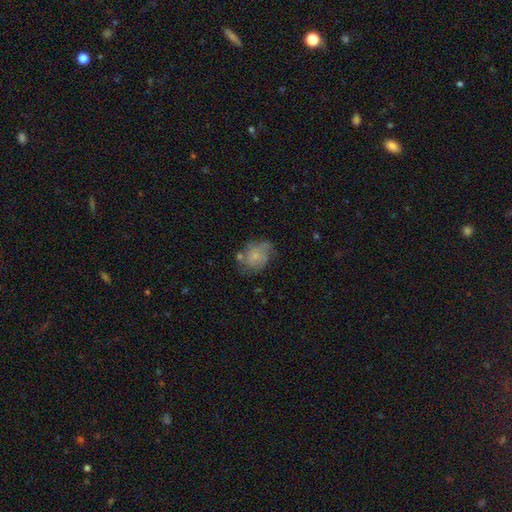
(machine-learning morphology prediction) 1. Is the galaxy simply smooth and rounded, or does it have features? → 60% smooth, 31% featured or disk, 9% star or artifact.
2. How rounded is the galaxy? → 51% in between, 48% round, 1% cigar-shaped.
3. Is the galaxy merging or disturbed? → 50% none, 28% minor disturbance, 13% major disturbance, 8% merger.